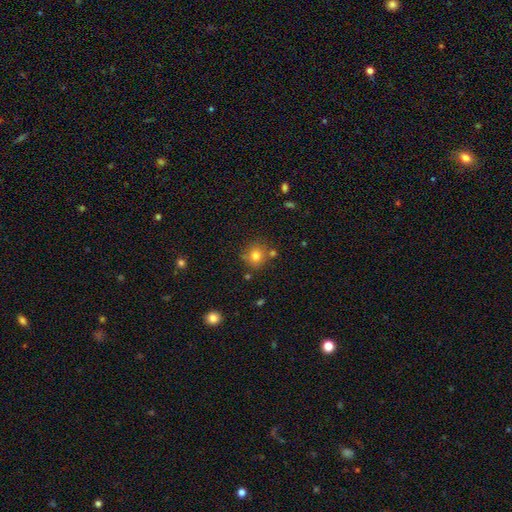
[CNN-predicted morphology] This appears to be a smooth galaxy with no disk features (78%) that is round (87%). Merging: none (75%).